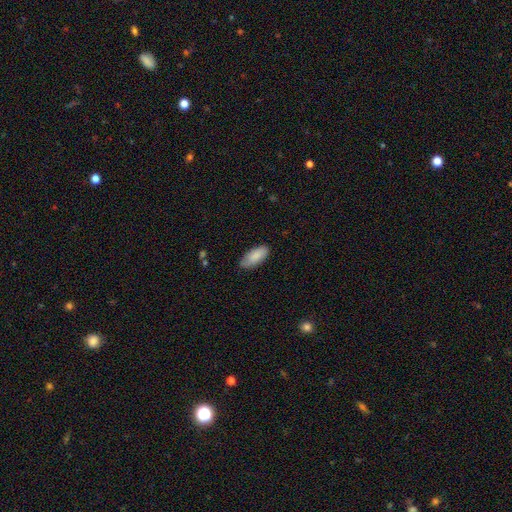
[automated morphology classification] type=smooth (86%); roundness=in between (85%); merging=none (82%).